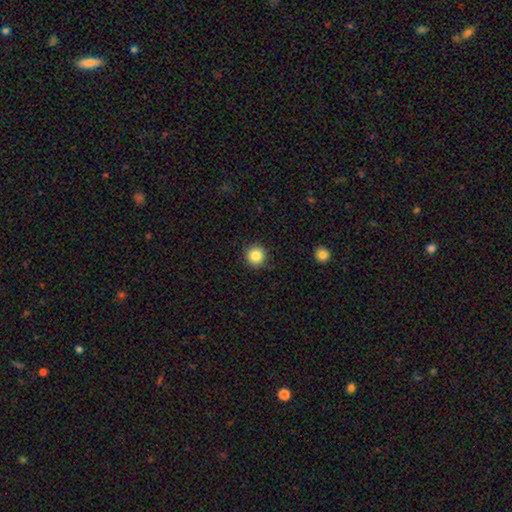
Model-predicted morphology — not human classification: Q: Smooth or featured?
A: smooth (86%); runner-up: star or artifact (10%)
Q: How rounded?
A: round (95%); runner-up: in between (4%)
Q: Merging?
A: none (91%); runner-up: minor disturbance (6%)